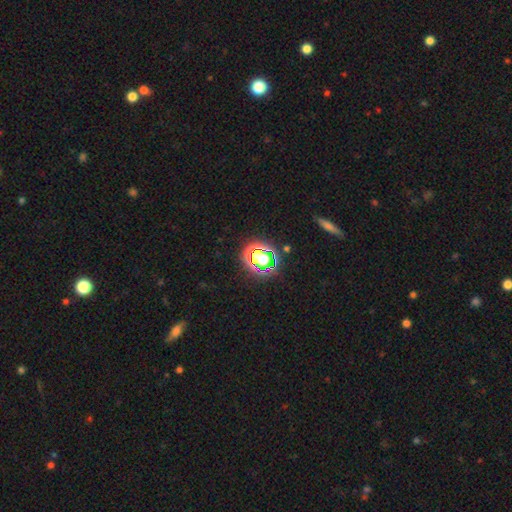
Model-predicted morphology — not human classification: A star or artifact, not a galaxy (49%).